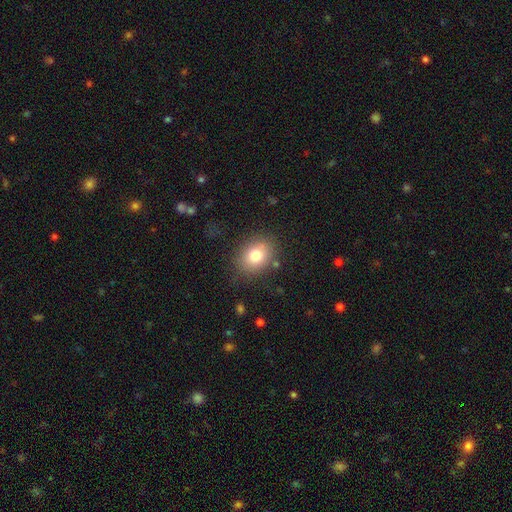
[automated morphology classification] smooth_or_featured: smooth (p=0.79) [alt: featured or disk p=0.11]
how_rounded: in between (p=0.55) [alt: round p=0.44]
merging: none (p=0.80) [alt: minor disturbance p=0.13]